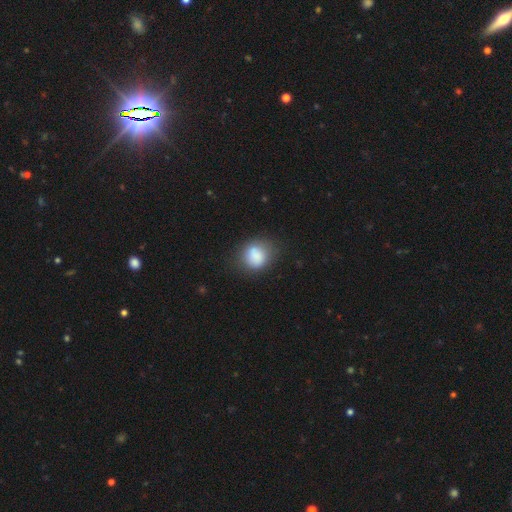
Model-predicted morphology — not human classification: smooth_or_featured: smooth (p=0.82) [alt: star or artifact p=0.09]
how_rounded: round (p=0.66) [alt: in between p=0.33]
merging: none (p=0.67) [alt: minor disturbance p=0.22]